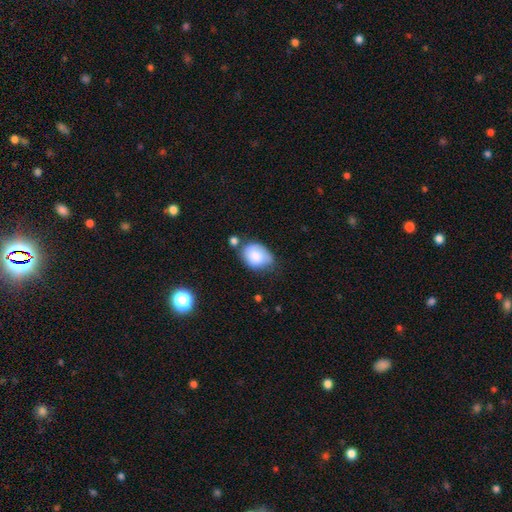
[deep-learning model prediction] This is clearly a smooth galaxy (81%). How rounded: likely in between (71%). Merging: possibly none (48%).